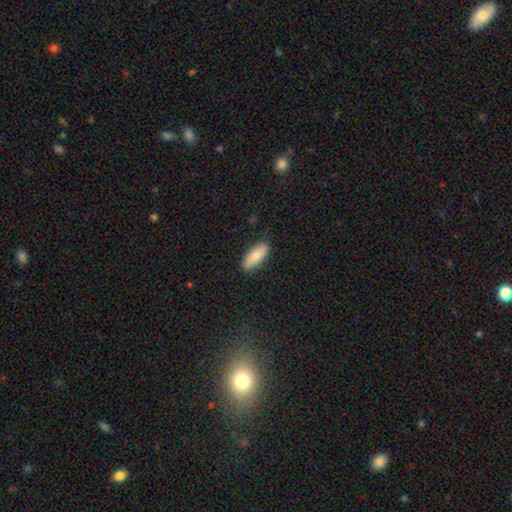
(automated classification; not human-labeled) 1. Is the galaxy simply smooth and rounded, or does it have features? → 77% smooth, 17% featured or disk, 6% star or artifact.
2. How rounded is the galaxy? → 72% in between, 25% cigar-shaped, 2% round.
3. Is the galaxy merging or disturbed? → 87% none, 10% minor disturbance, 2% major disturbance, 1% merger.